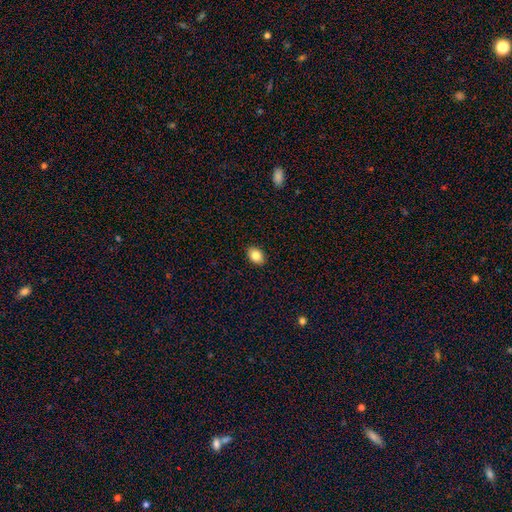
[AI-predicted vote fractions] Morphology: type=smooth (84%); roundness=in between (75%); merging=none (90%).